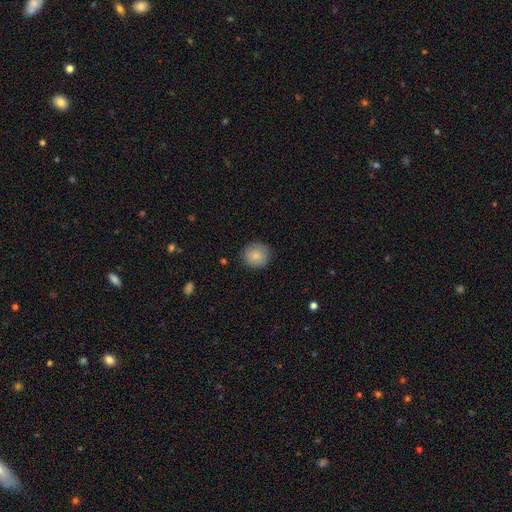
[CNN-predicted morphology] Smooth or featured? Predicted: smooth (p=0.85). How rounded? Predicted: round (p=0.92). Merging? Predicted: none (p=0.88).